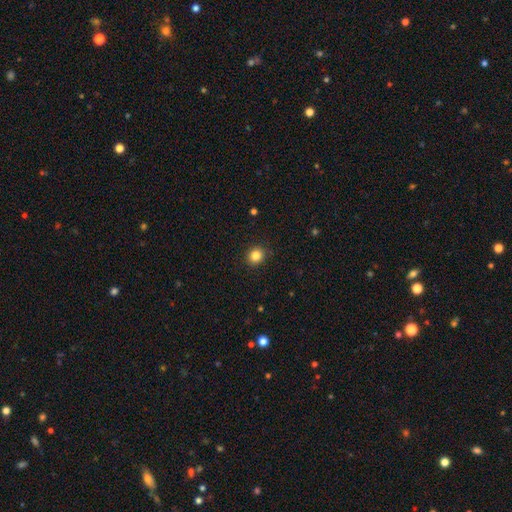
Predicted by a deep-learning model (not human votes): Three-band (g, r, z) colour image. It shows a smooth galaxy with no disk features (85%) that is round (83%). Merging: none (90%).